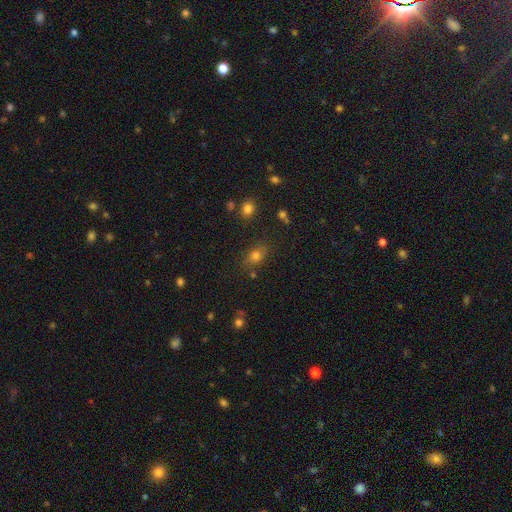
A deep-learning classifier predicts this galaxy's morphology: Smooth or featured? smooth (73%)
How rounded? in between (67%)
Merging? none (77%)